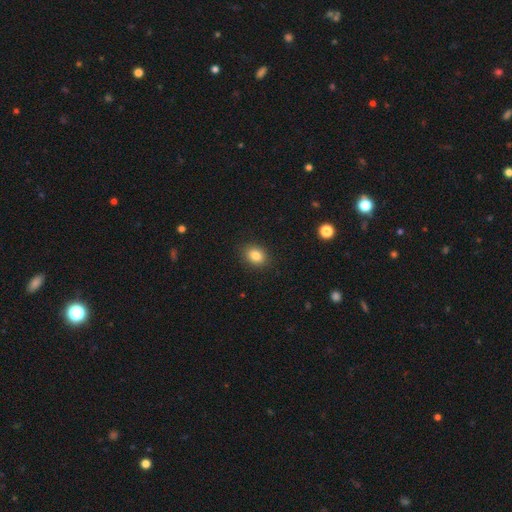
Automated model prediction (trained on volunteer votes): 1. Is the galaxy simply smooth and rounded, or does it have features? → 84% smooth, 10% star or artifact, 6% featured or disk.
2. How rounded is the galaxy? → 59% in between, 40% round, 1% cigar-shaped.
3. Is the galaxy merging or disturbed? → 89% none, 8% minor disturbance, 2% major disturbance, 1% merger.